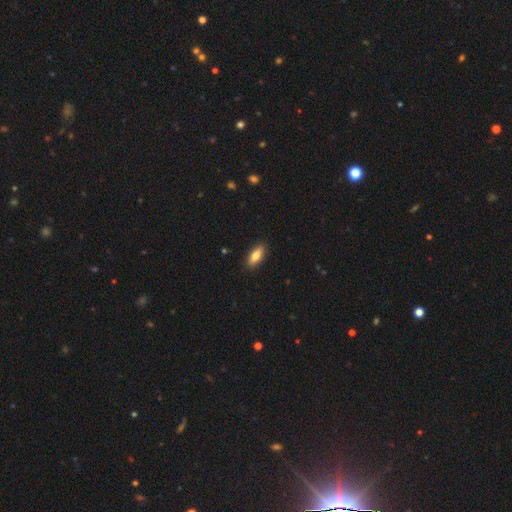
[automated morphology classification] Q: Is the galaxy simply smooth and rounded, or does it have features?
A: smooth — 80%.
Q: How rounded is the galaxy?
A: in between — 76%.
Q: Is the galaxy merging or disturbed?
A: none — 89%.